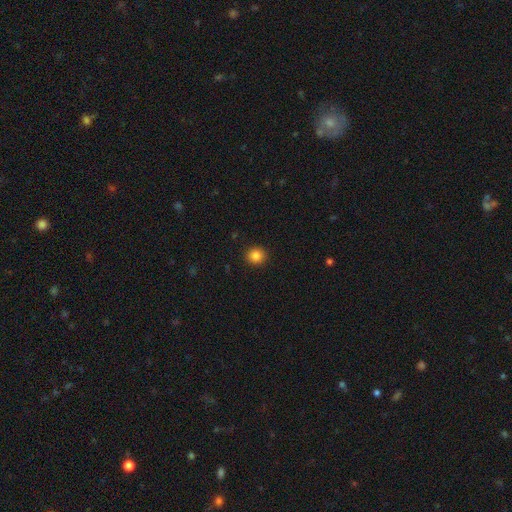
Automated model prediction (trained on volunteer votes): This is clearly a smooth galaxy (85%). How rounded: clearly round (90%). Merging: clearly none (92%).